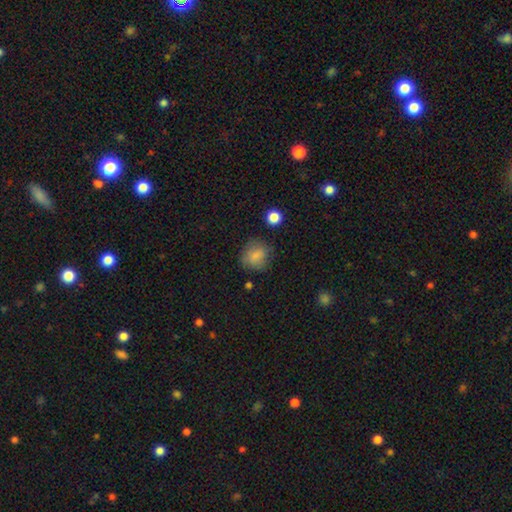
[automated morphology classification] This is clearly a smooth galaxy (81%). How rounded: likely round (76%). Merging: likely none (72%).